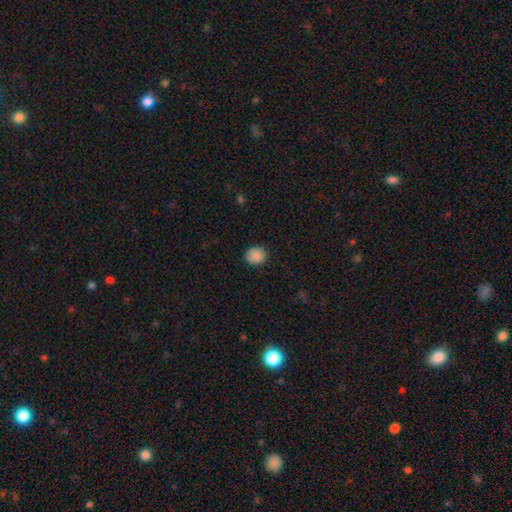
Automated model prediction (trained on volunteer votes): This appears to be a smooth galaxy with no disk features (89%) that is round (79%). Merging: none (89%).